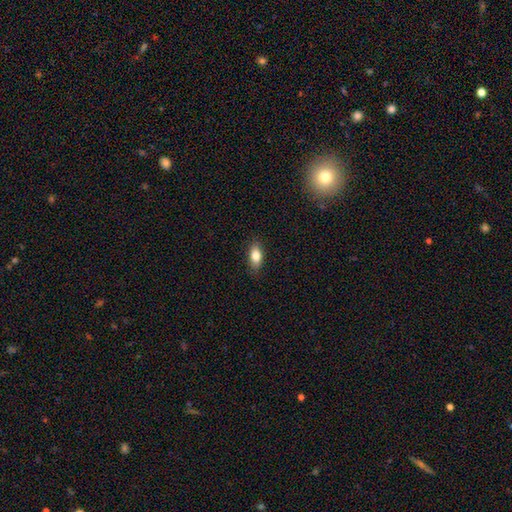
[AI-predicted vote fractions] Smooth or featured? Predicted: smooth (p=0.81). How rounded? Predicted: in between (p=0.85). Merging? Predicted: none (p=0.85).